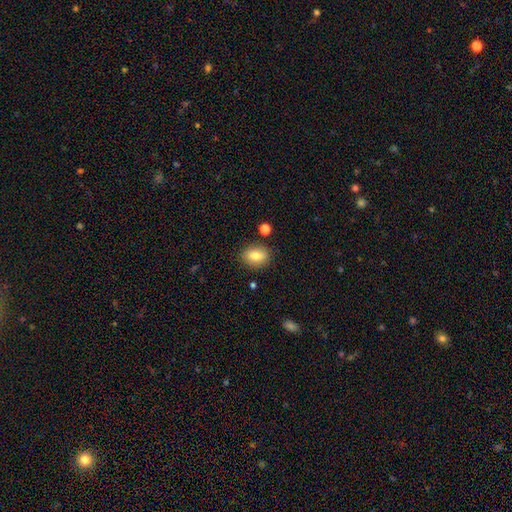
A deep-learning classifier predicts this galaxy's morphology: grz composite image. It shows a smooth galaxy with no disk features (81%) that is in between round and cigar-shaped (66%). Merging: none (84%).